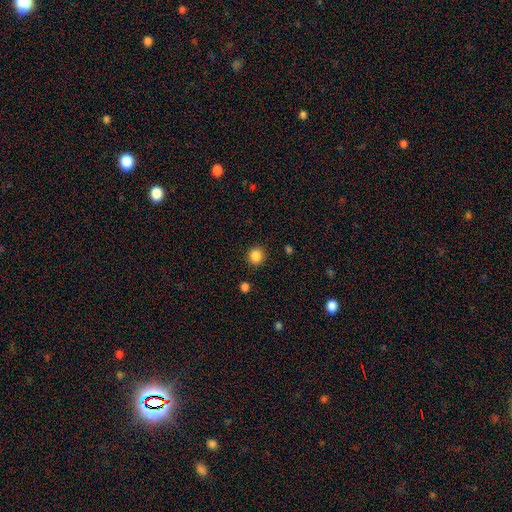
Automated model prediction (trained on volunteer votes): Smooth or featured? smooth (86%)
How rounded? round (90%)
Merging? none (90%)